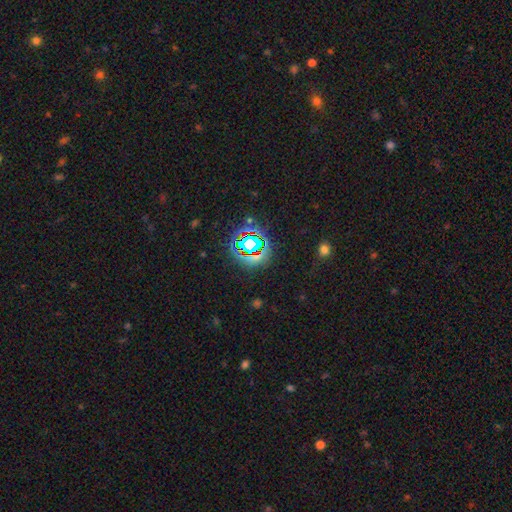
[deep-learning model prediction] smooth_or_featured: star or artifact (p=0.70) [alt: smooth p=0.19]